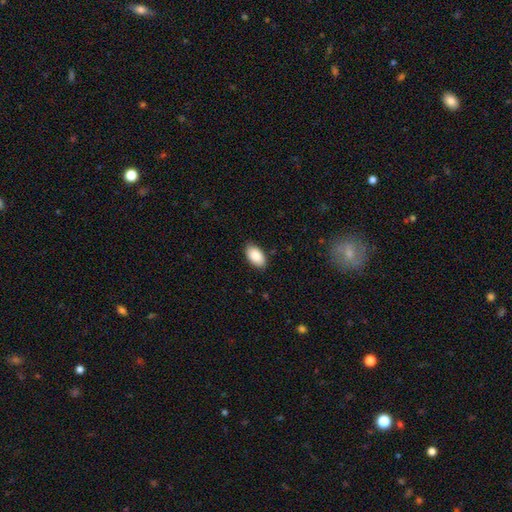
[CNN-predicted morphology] smooth 90%, star or artifact 6%, featured or disk 4%. Down the decision tree: how rounded — in between (95%); merging — none (86%).